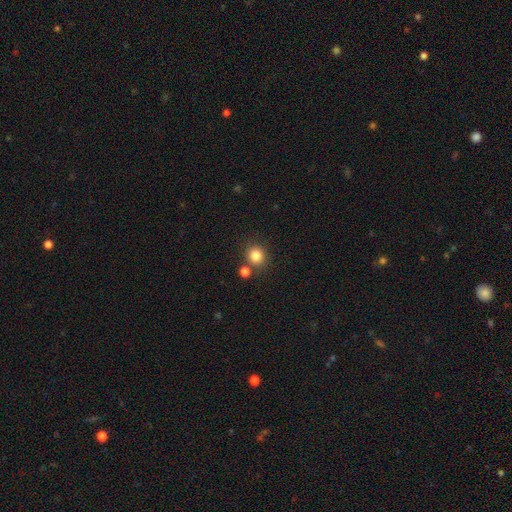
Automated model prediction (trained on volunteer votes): Smooth or featured? smooth (83%)
How rounded? round (86%)
Merging? none (76%)